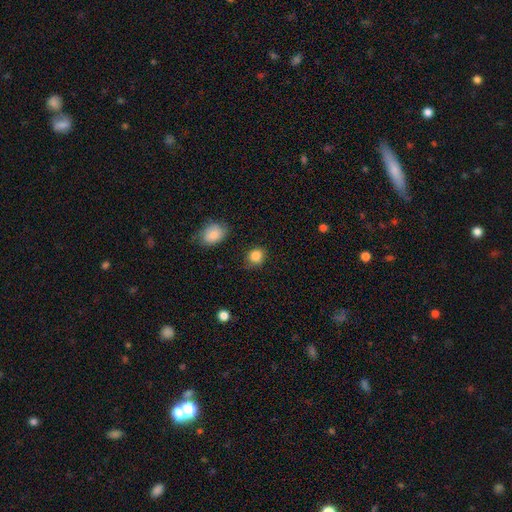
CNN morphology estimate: This is clearly a smooth galaxy (86%). How rounded: likely round (70%). Merging: likely none (74%).